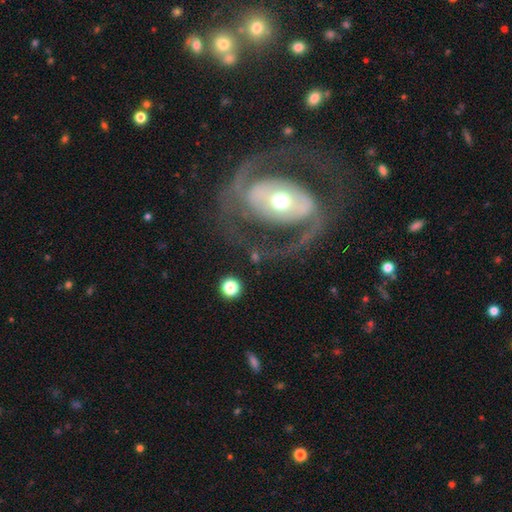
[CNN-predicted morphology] smooth_or_featured: featured or disk (p=0.75) [alt: smooth p=0.19]
disk_edge_on: no (p=0.95) [alt: yes p=0.05]
bar: no (p=0.37) [alt: strong p=0.35]
has_spiral_arms: yes (p=0.79) [alt: no p=0.21]
spiral_winding: medium (p=0.48) [alt: loose p=0.30]
spiral_arm_count: 2 (p=0.83) [alt: can't tell p=0.06]
bulge_size: moderate (p=0.68) [alt: small p=0.15]
merging: none (p=0.68) [alt: major disturbance p=0.15]